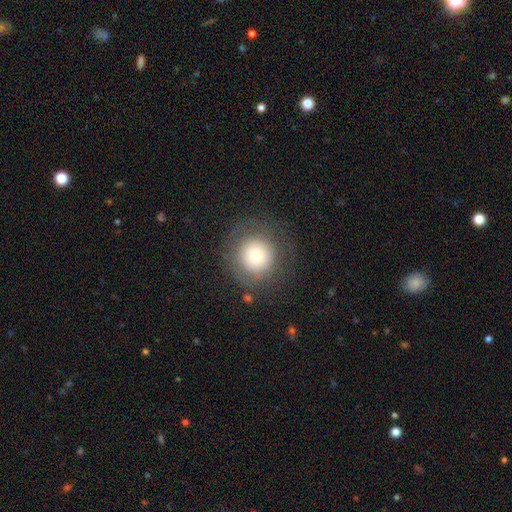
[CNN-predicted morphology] Smooth or featured?
  - smooth: 70% *
  - featured or disk: 19%
  - star or artifact: 11%
How rounded?
  - round: 94% *
  - in between: 6%
  - cigar-shaped: 1%
Merging?
  - none: 76% *
  - minor disturbance: 13%
  - major disturbance: 9%
  - merger: 2%